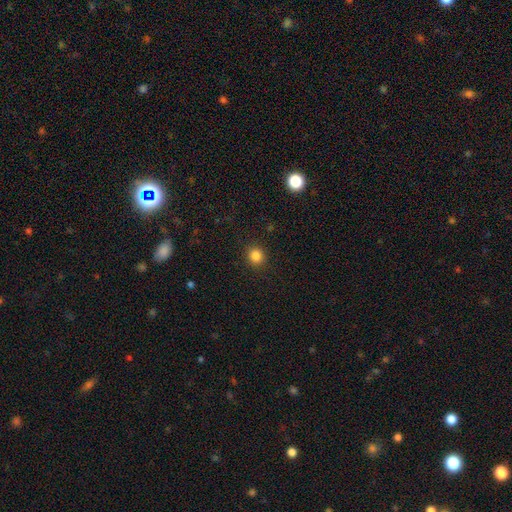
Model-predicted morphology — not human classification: Smooth or featured: smooth — 84% (star or artifact — 12%)
How rounded: round — 89% (in between — 10%)
Merging: none — 91% (minor disturbance — 5%)